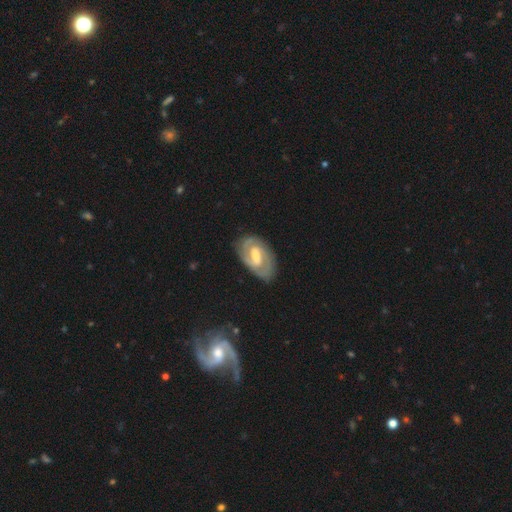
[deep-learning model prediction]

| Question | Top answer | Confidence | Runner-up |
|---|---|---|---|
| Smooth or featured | featured or disk | 83% | smooth (13%) |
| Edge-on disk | no | 97% | yes (3%) |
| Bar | weak | 54% | strong (29%) |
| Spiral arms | yes | 93% | no (7%) |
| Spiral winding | tight | 52% | medium (39%) |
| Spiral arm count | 2 | 80% | can't tell (10%) |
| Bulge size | moderate | 57% | small (27%) |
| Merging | none | 80% | minor disturbance (14%) |